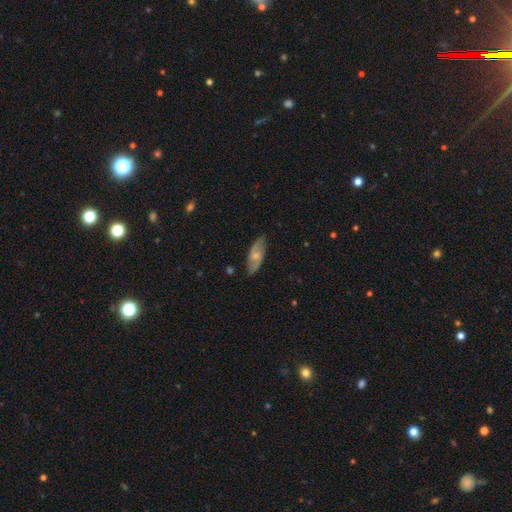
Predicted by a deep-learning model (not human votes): Overall: smooth (49%; featured or disk 45%). Merging: none (81%).